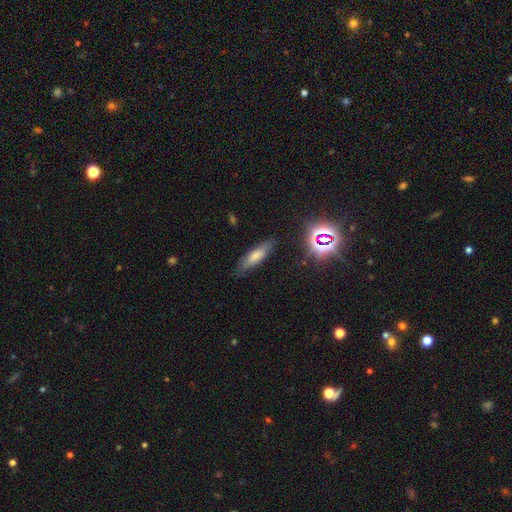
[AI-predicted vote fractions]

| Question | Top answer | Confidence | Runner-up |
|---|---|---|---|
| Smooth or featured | smooth | 52% | featured or disk (26%) |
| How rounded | cigar-shaped | 61% | in between (35%) |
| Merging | none | 83% | minor disturbance (13%) |